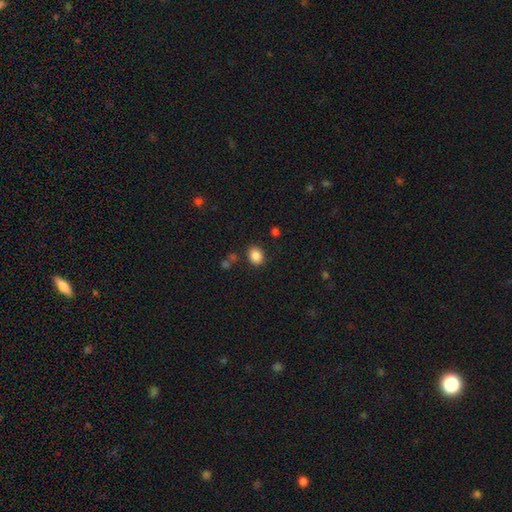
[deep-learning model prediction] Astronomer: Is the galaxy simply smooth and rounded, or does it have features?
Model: smooth — 86%.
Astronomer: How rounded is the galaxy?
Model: round — 56% (runner-up: in between, 44%).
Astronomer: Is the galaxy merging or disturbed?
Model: none — 83%.